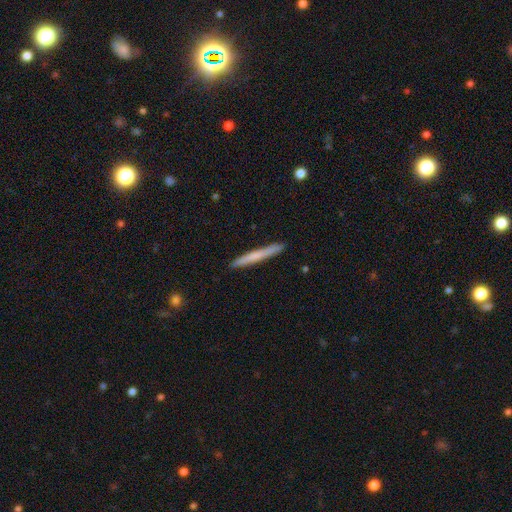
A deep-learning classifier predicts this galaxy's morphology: Smooth or featured? Predicted: smooth (p=0.60). How rounded? Predicted: cigar-shaped (p=0.97). Merging? Predicted: none (p=0.92).